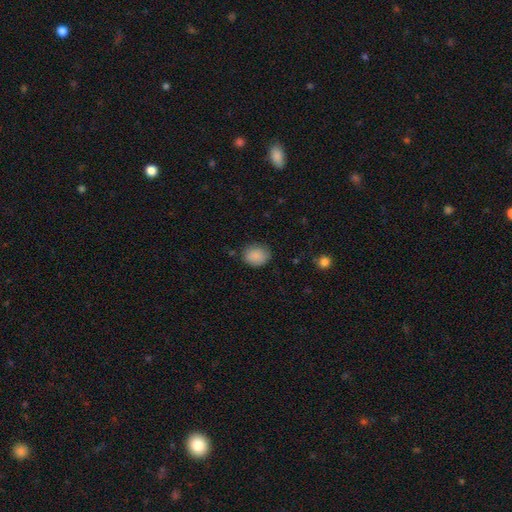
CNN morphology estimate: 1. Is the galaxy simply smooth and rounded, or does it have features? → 88% smooth, 8% star or artifact, 4% featured or disk.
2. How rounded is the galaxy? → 57% round, 42% in between, 1% cigar-shaped.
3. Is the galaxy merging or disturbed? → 80% none, 15% minor disturbance, 3% major disturbance, 1% merger.